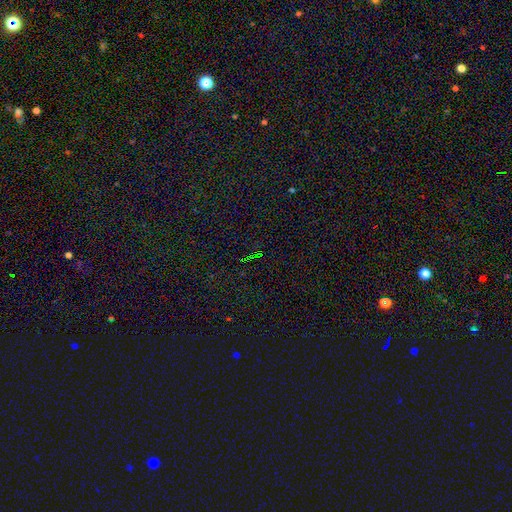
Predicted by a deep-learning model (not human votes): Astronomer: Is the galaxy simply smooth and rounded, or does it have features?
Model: star or artifact — 76%.